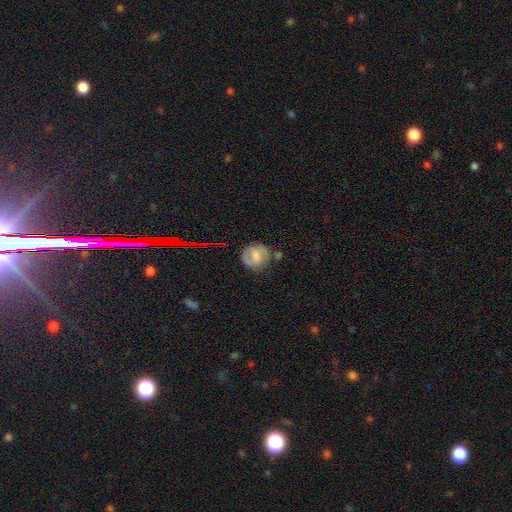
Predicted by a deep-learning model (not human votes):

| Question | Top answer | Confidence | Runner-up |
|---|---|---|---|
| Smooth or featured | smooth | 46% | featured or disk (44%) |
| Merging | none | 66% | minor disturbance (20%) |